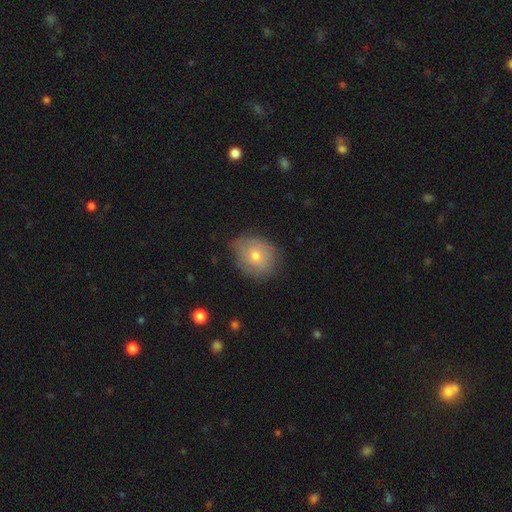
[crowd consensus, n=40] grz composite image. It shows a smooth galaxy with no disk features (68%) that is round (74%). Merging: none (78%).